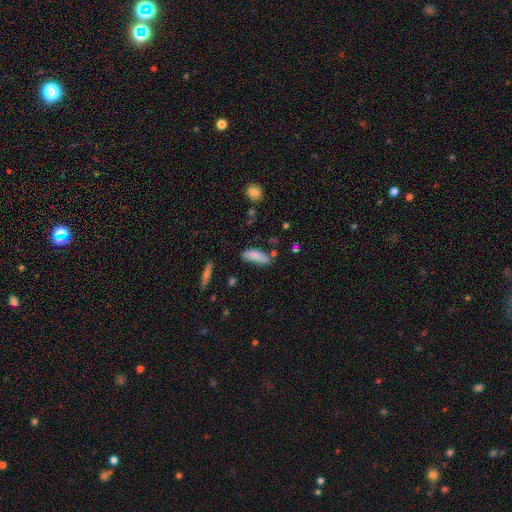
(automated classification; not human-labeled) Smooth or featured? Predicted: smooth (p=0.81). How rounded? Predicted: in between (p=0.64). Merging? Predicted: none (p=0.52).